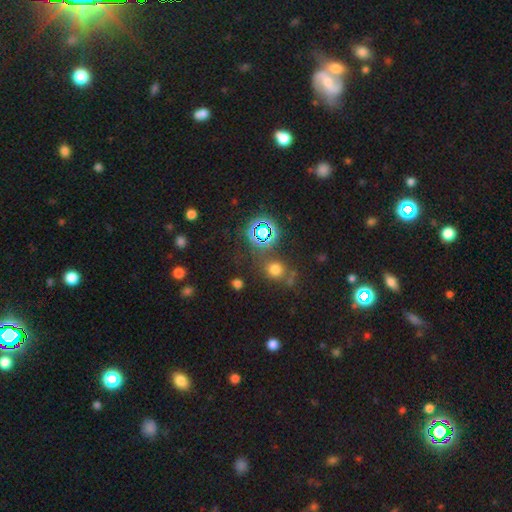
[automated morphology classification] Smooth or featured?
  - star or artifact: 47% *
  - smooth: 46%
  - featured or disk: 8%